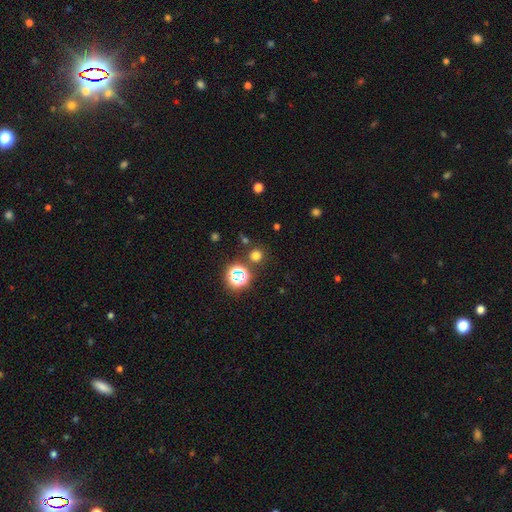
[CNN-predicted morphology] Smooth or featured?
  - smooth: 66% *
  - star or artifact: 29%
  - featured or disk: 6%
How rounded?
  - round: 91% *
  - in between: 8%
  - cigar-shaped: 1%
Merging?
  - none: 83% *
  - minor disturbance: 7%
  - merger: 6%
  - major disturbance: 3%